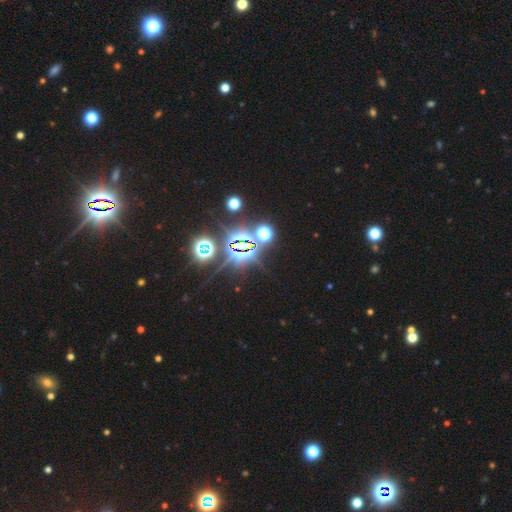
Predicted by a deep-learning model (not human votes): This is clearly a star or artifact rather than a galaxy (83%).